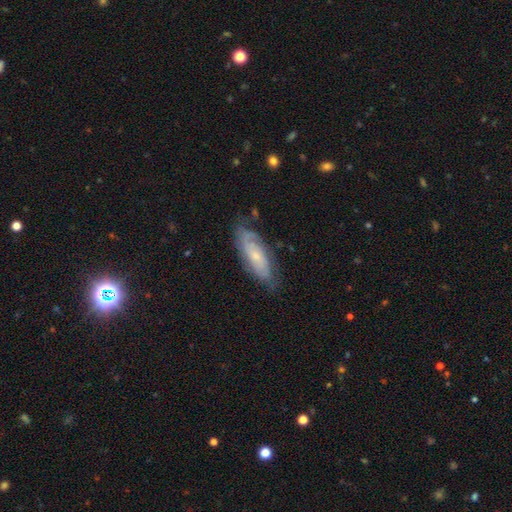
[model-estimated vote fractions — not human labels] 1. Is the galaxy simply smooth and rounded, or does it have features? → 69% featured or disk, 24% smooth, 7% star or artifact.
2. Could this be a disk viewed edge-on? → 86% no, 14% yes.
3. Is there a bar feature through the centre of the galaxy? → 70% no, 25% weak, 5% strong.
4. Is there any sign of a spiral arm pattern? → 89% yes, 11% no.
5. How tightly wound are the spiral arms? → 57% tight, 32% medium, 10% loose.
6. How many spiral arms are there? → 40% can't tell (tied), 40% 2 (tied), 9% 3, 5% 1, 3% 4, 3% more than 4.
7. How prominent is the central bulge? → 67% small, 26% moderate, 4% none, 2% large, 1% dominant.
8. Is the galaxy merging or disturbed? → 71% none, 21% minor disturbance, 6% major disturbance, 2% merger.